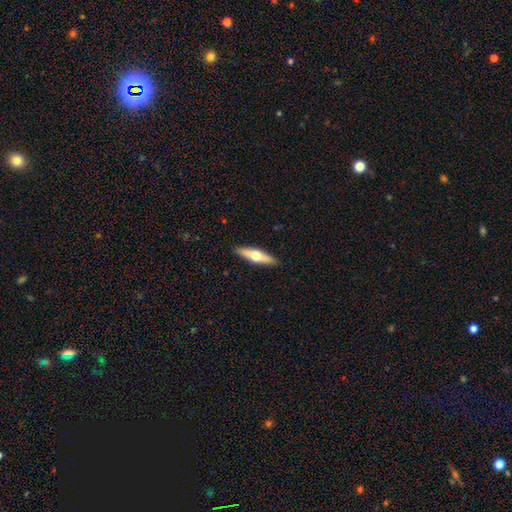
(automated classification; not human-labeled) smooth_or_featured: featured or disk (p=0.50) [alt: smooth p=0.45]
merging: none (p=0.90) [alt: minor disturbance p=0.07]